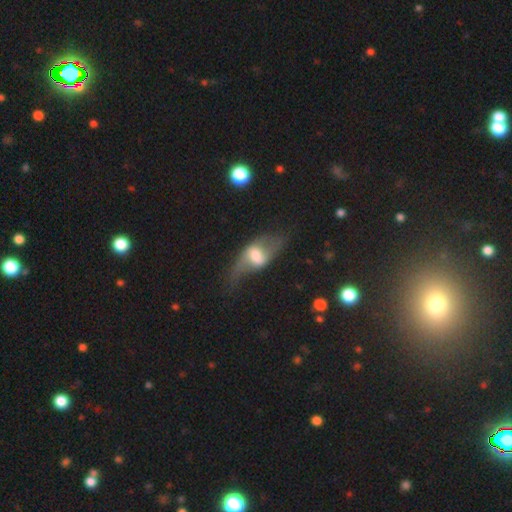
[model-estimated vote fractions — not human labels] smooth-or-featured: featured or disk: 68% | smooth: 24% | star or artifact: 7%
  disk-edge-on: no: 78% | yes: 22%
    bar: weak: 44% | strong: 35% | no: 20%
    has-spiral-arms: yes: 71% | no: 29%
    bulge-size: moderate: 46% | large: 26% | small: 18% | none: 6% | dominant: 4%
  merging: none: 47% | major disturbance: 27% | minor disturbance: 23% | merger: 4%